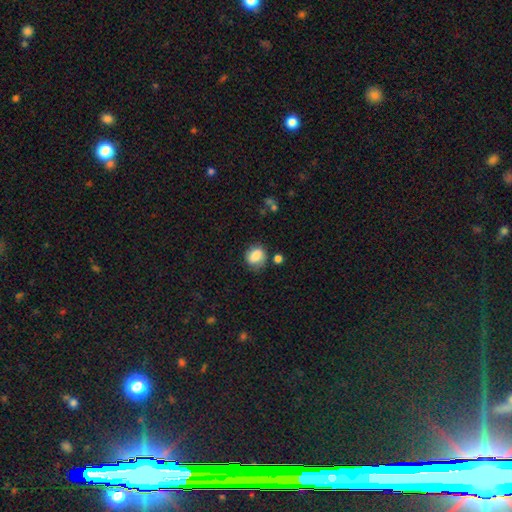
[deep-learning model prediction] The model was most divided on "how rounded": round: 66%, in between: 33%, cigar-shaped: 1%. More confident: smooth or featured — smooth (82%); merging — none (67%).